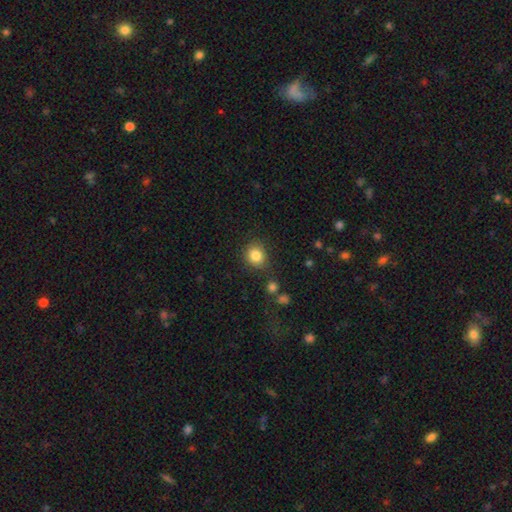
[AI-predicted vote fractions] Overall: smooth (84%). How rounded: round (80%). Merging: none (80%).